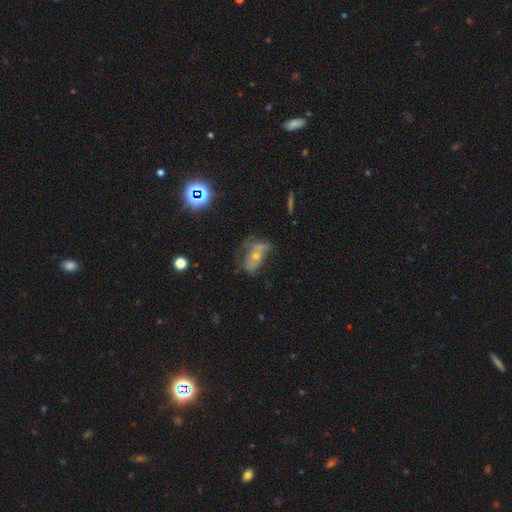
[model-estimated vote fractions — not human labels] Q: Smooth or featured?
A: featured or disk (50%); runner-up: smooth (31%)
Q: Merging?
A: none (38%); runner-up: major disturbance (30%)